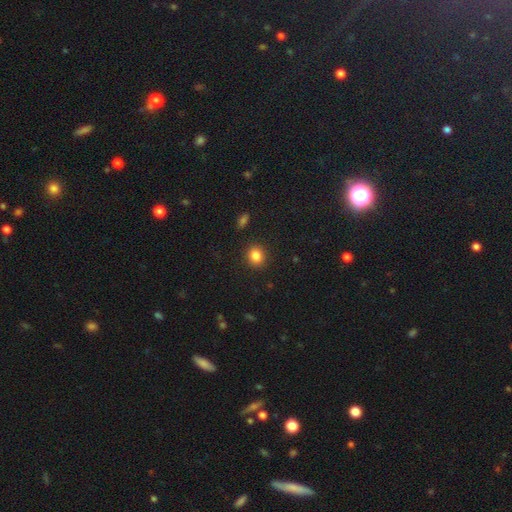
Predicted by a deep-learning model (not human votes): A smooth galaxy with no disk features (85%) that is round (71%).

Vote fractions:
- Smooth or featured? smooth: 85% / star or artifact: 10% / featured or disk: 5%
- How rounded? round: 71% / in between: 28% / cigar-shaped: 1%
- Merging? none: 89% / minor disturbance: 7% / major disturbance: 2% / merger: 1%